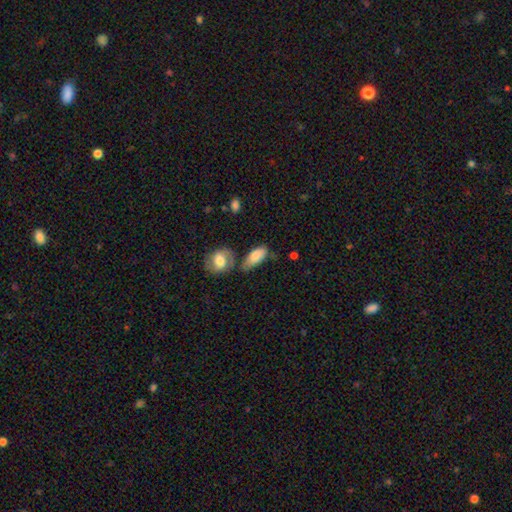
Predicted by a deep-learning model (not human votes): Morphology: type=smooth (81%); roundness=in between (87%); merging=none (50%).